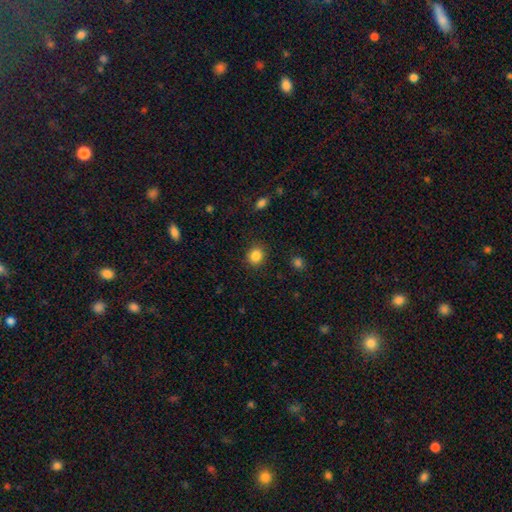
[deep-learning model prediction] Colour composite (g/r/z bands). It shows a smooth galaxy with no disk features (86%) that is round (78%). Merging: none (89%).